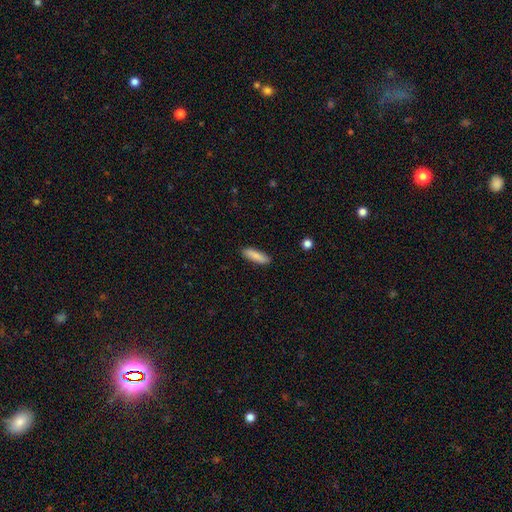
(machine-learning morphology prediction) Overall: smooth (87%). How rounded: cigar-shaped (59%; in between 39%). Merging: none (88%).